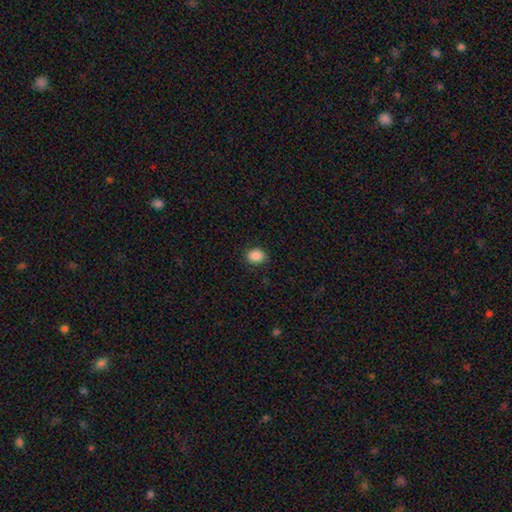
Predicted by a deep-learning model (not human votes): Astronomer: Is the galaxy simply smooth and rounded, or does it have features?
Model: smooth — 88%.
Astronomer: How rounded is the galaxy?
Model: round — 50% (runner-up: in between, 49%).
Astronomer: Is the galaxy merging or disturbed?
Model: none — 88%.